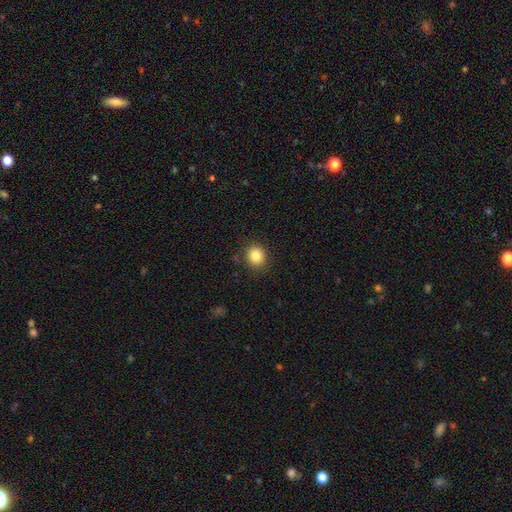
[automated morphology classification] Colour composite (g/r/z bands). It shows a smooth galaxy with no disk features (84%) that is round (83%). Merging: none (87%).